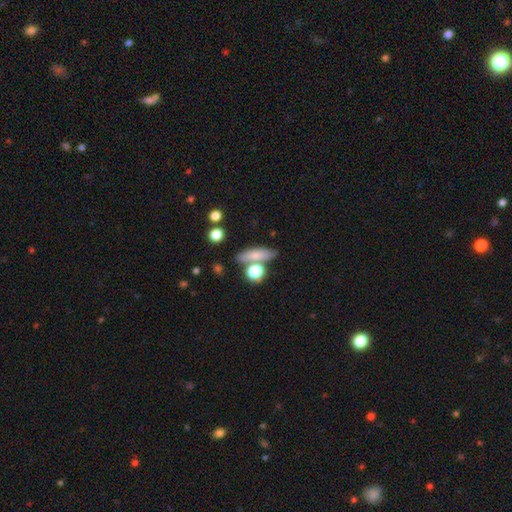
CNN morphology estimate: This appears to be a smooth galaxy with no disk features (72%) that is cigar-shaped (47%). Merging: none (64%).